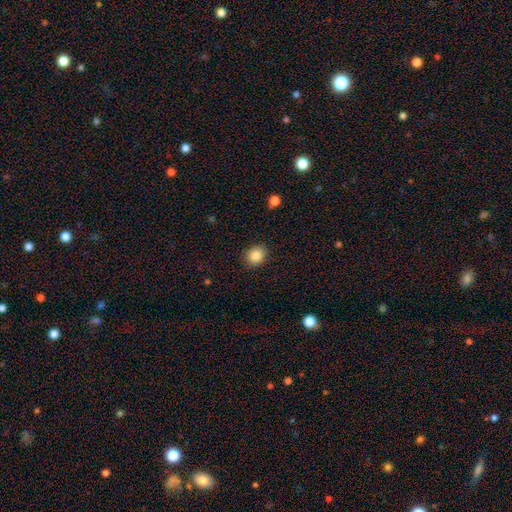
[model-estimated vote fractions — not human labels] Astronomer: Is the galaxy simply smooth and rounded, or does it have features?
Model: smooth — 87%.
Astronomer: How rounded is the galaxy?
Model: round — 66%.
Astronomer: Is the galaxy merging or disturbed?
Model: none — 87%.